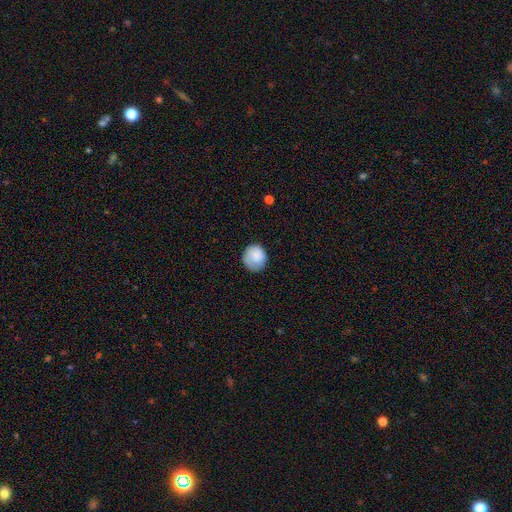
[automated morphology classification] Smooth or featured? smooth (81%)
How rounded? round (83%)
Merging? none (76%)